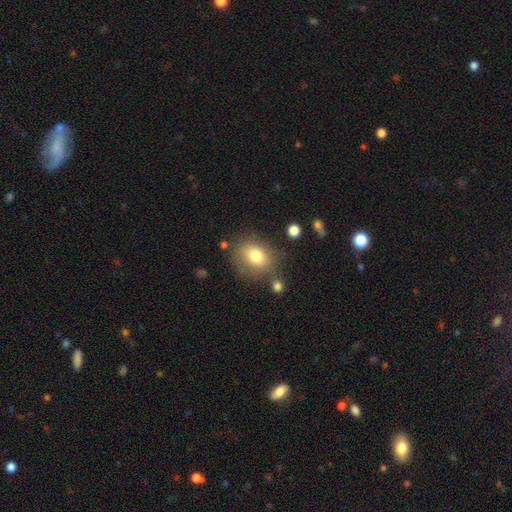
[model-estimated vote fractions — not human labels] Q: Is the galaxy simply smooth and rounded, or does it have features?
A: smooth — 77%.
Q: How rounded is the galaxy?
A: round — 50%.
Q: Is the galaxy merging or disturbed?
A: none — 71%.